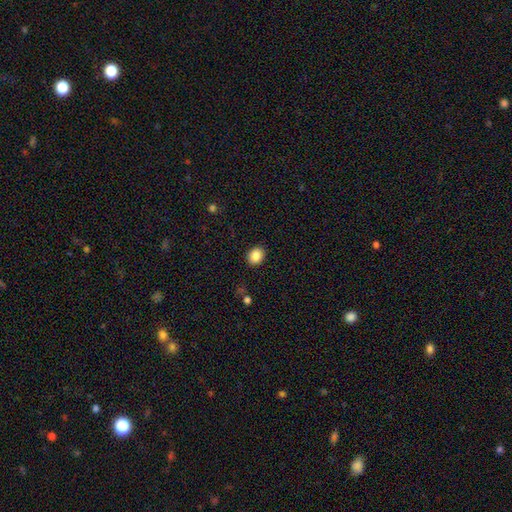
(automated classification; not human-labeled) Q: Smooth or featured?
A: smooth (87%); runner-up: star or artifact (9%)
Q: How rounded?
A: round (55%); runner-up: in between (45%)
Q: Merging?
A: none (90%); runner-up: minor disturbance (7%)